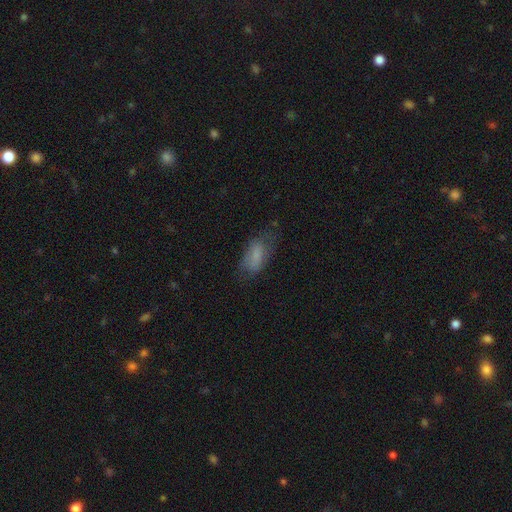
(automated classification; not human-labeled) Overall: smooth (72%). How rounded: in between (86%). Merging: none (57%; minor disturbance 27%).